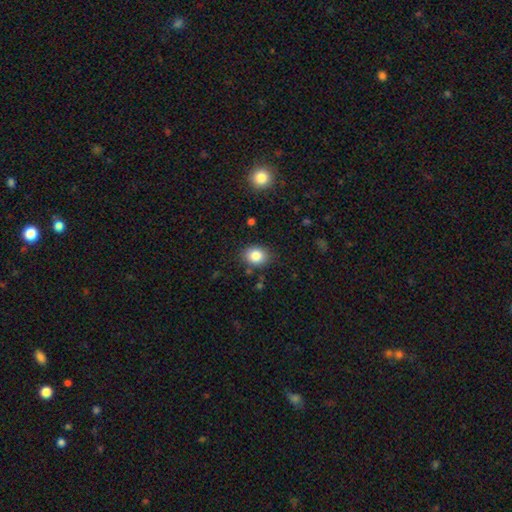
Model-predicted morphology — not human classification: Smooth or featured: smooth — 84% (star or artifact — 10%)
How rounded: round — 55% (in between — 44%)
Merging: none — 84% (minor disturbance — 11%)